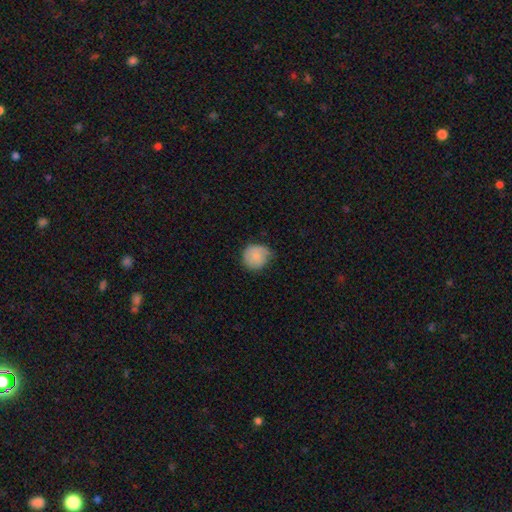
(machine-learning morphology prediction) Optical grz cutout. It shows a smooth galaxy with no disk features (79%) that is round (87%). Merging: none (62%).